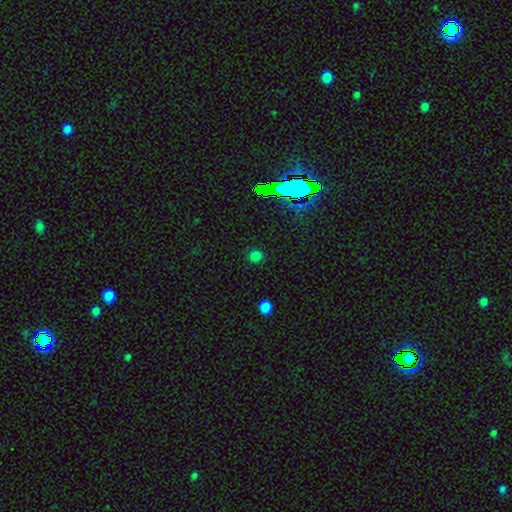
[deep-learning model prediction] Smooth or featured? Predicted: smooth (p=0.73). How rounded? Predicted: round (p=0.91). Merging? Predicted: none (p=0.89).